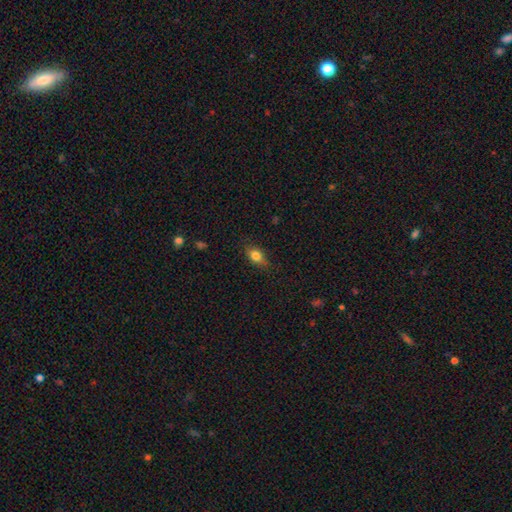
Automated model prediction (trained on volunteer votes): A smooth galaxy with no disk features (78%) that is in between round and cigar-shaped (79%). Merging: none (79%).